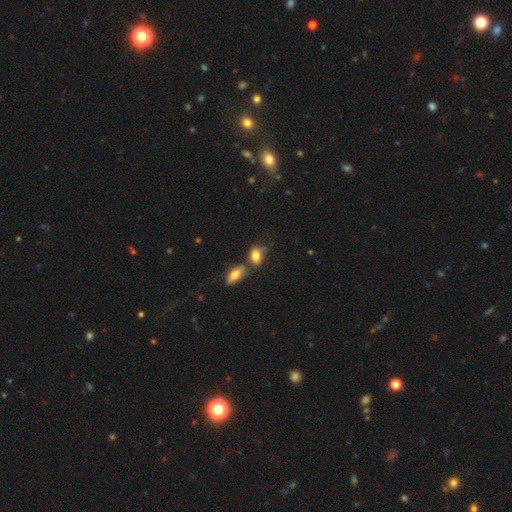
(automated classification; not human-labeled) Smooth or featured? smooth (80%)
How rounded? in between (80%)
Merging? none (44%)